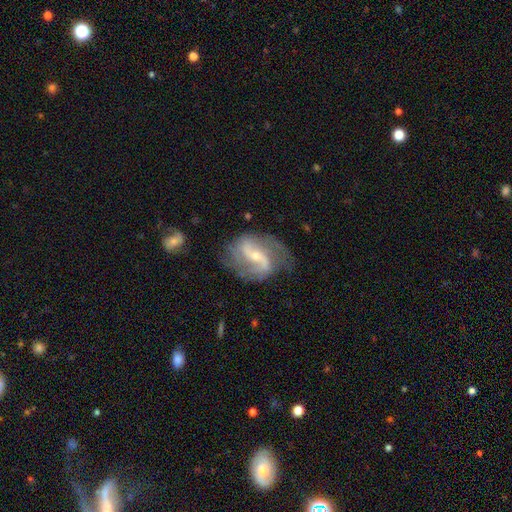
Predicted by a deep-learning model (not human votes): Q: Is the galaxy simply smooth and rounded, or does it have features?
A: featured or disk — 86%.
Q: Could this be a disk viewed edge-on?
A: no — 97%.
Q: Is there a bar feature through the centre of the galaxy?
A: weak — 42%.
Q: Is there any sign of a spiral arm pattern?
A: yes — 95%.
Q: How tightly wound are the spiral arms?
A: loose — 47%.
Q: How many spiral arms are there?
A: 2 — 84%.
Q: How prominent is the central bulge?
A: small — 64%.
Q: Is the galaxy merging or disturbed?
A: none — 67%.